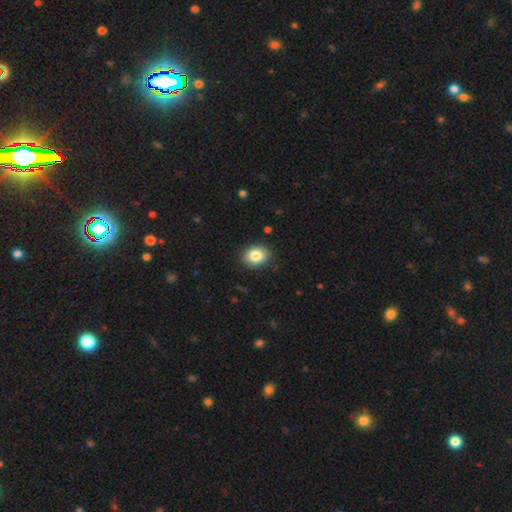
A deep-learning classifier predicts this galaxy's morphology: smooth_or_featured: smooth (p=0.85) [alt: star or artifact p=0.09]
how_rounded: in between (p=0.50) [tied with: round p=0.50]
merging: none (p=0.89) [alt: minor disturbance p=0.08]